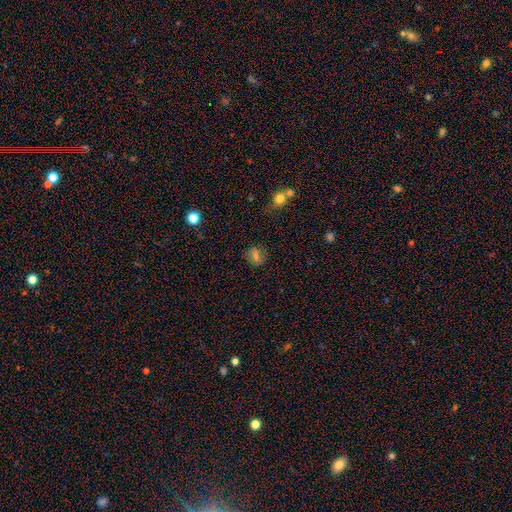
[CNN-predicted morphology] smooth_or_featured: smooth (p=0.63) [alt: featured or disk p=0.21]
how_rounded: round (p=0.69) [alt: in between p=0.30]
merging: none (p=0.80) [alt: minor disturbance p=0.13]